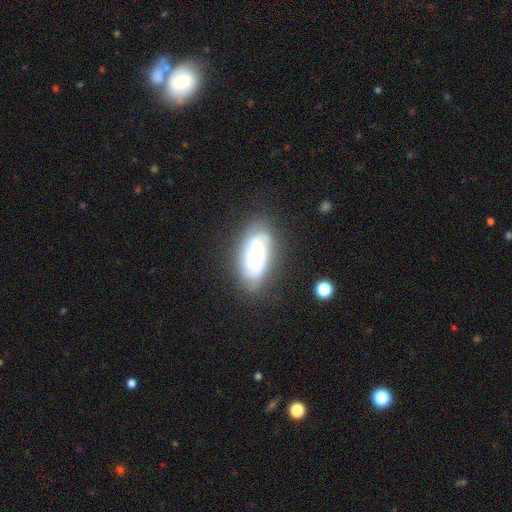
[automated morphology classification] type=featured or disk (56%); edge-on=no (90%); bar=no (61%); spiral arms=yes (84%); bulge=moderate (38%); merging=none (69%).